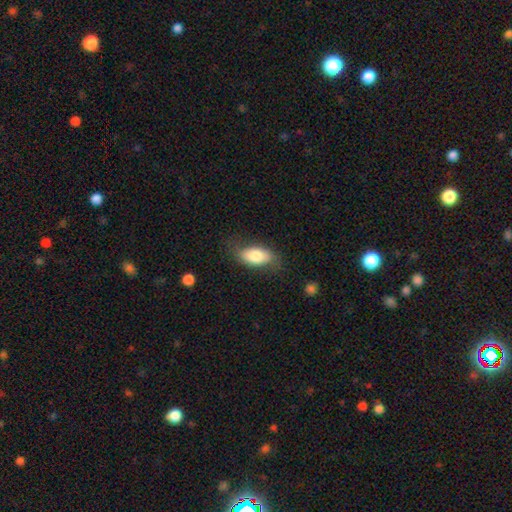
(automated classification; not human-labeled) A smooth galaxy with no disk features (77%) that is in between round and cigar-shaped (90%). Merging: none (70%).